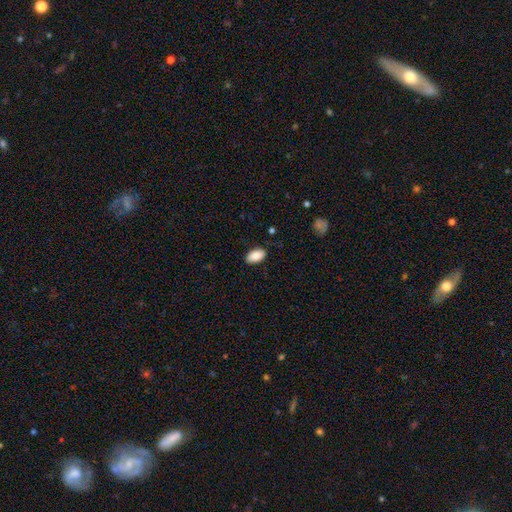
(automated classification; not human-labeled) Smooth or featured: smooth — 89% (star or artifact — 7%)
How rounded: in between — 95% (round — 3%)
Merging: none — 86% (minor disturbance — 11%)